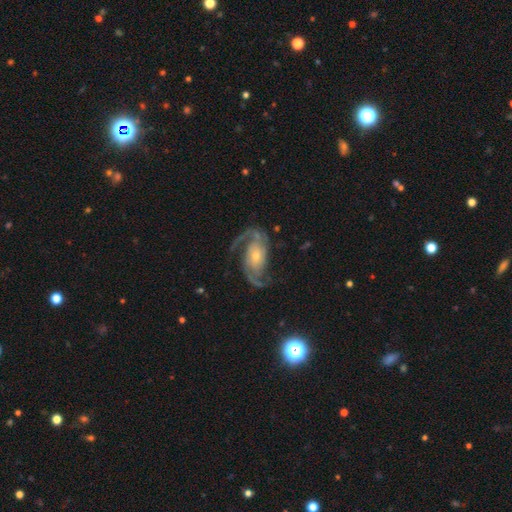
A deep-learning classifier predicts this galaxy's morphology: Overall: featured or disk (91%). Edge-on disk: no (97%). Bar: no (62%; weak 26%). Spiral arms: yes (98%). Spiral arm count: 2 (90%). Spiral winding: medium (54%; loose 27%). Bulge size: small (61%; moderate 32%). Merging: none (74%).